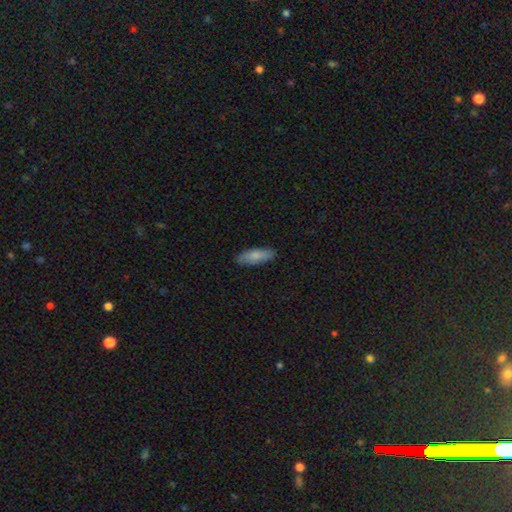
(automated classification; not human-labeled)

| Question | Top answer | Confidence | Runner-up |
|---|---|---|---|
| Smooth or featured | smooth | 79% | featured or disk (15%) |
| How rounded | in between | 59% | cigar-shaped (39%) |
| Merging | none | 85% | minor disturbance (11%) |